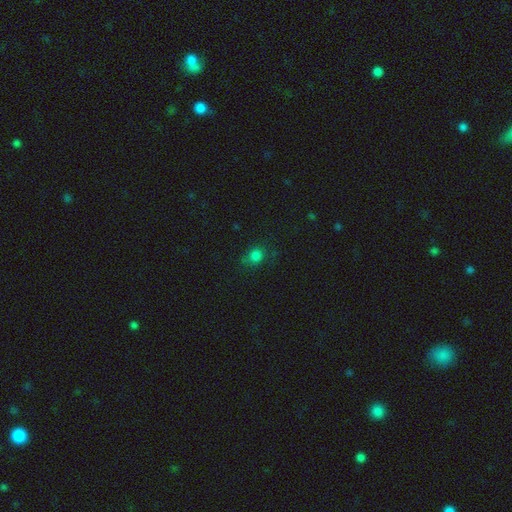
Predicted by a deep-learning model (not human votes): Morphology: type=smooth (77%); roundness=round (71%); merging=none (71%).